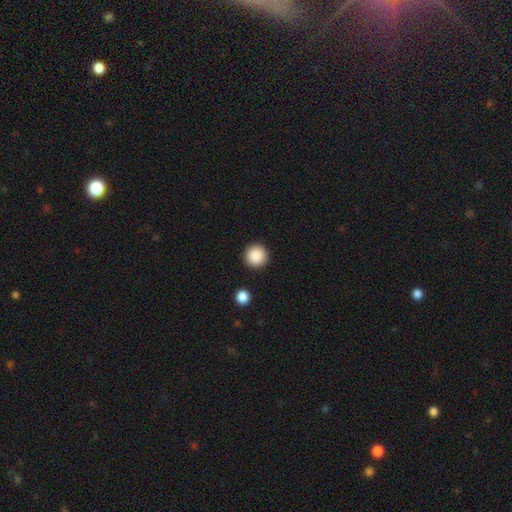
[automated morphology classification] Smooth or featured?
  - smooth: 89% *
  - star or artifact: 8%
  - featured or disk: 3%
How rounded?
  - round: 96% *
  - in between: 3%
  - cigar-shaped: 1%
Merging?
  - none: 92% *
  - minor disturbance: 5%
  - major disturbance: 2%
  - merger: 2%